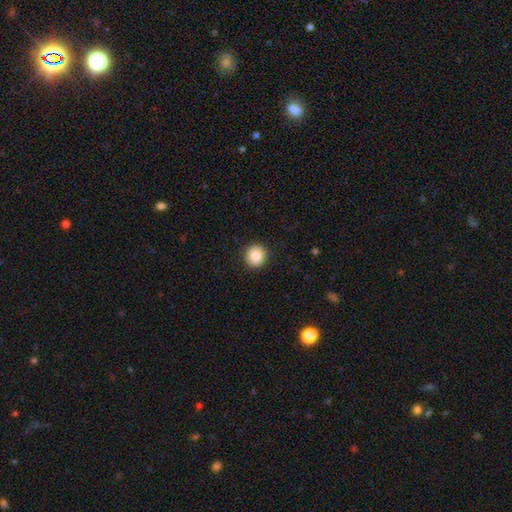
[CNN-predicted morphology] A smooth galaxy with no disk features (85%) that is round (91%).

Vote fractions:
- Smooth or featured? smooth: 85% / star or artifact: 9% / featured or disk: 7%
- How rounded? round: 91% / in between: 8% / cigar-shaped: 1%
- Merging? none: 92% / minor disturbance: 6% / major disturbance: 2% / merger: 1%